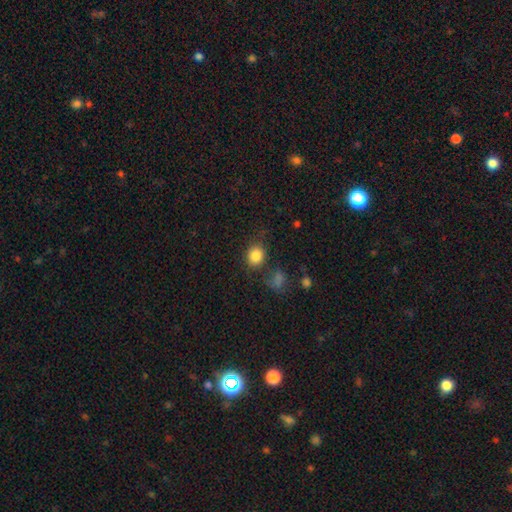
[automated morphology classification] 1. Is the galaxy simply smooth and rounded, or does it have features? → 84% smooth, 10% star or artifact, 6% featured or disk.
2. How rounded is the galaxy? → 67% round, 32% in between, 1% cigar-shaped.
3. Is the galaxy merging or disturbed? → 72% none, 15% minor disturbance, 7% merger, 6% major disturbance.